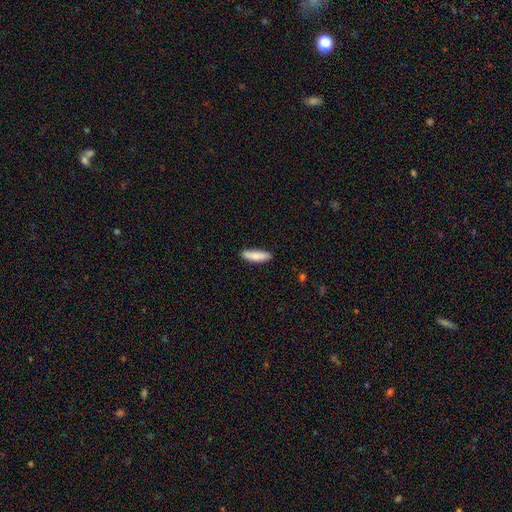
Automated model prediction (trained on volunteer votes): Smooth or featured: smooth — 86% (featured or disk — 8%)
How rounded: cigar-shaped — 64% (in between — 34%)
Merging: none — 84% (minor disturbance — 12%)